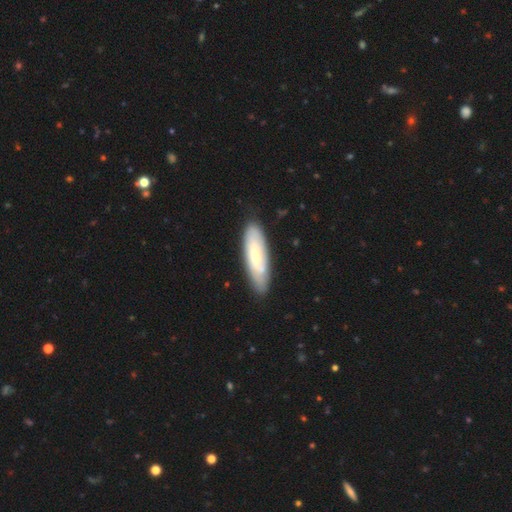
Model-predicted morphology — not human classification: type=smooth (50%); roundness=cigar-shaped (54%); merging=none (80%).